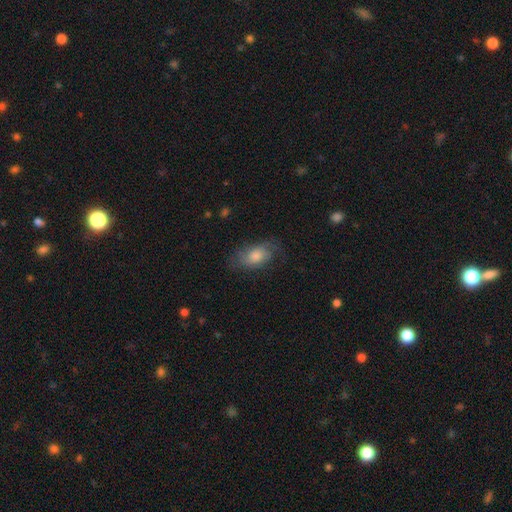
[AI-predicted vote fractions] Smooth or featured: smooth — 55% (featured or disk — 35%)
How rounded: in between — 86% (round — 9%)
Merging: none — 68% (minor disturbance — 21%)